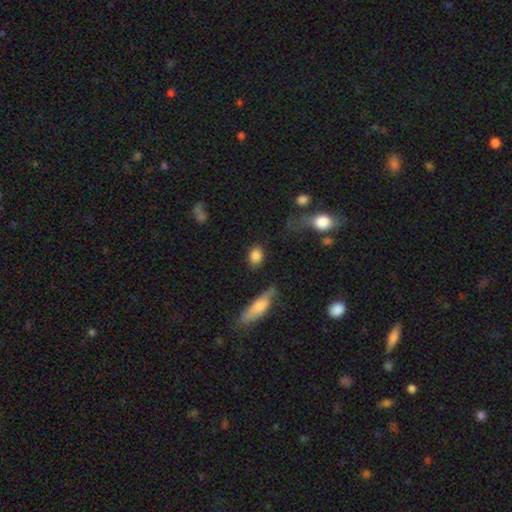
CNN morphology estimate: Q: Smooth or featured?
A: smooth (86%); runner-up: featured or disk (7%)
Q: How rounded?
A: in between (60%); runner-up: round (36%)
Q: Merging?
A: none (79%); runner-up: minor disturbance (12%)